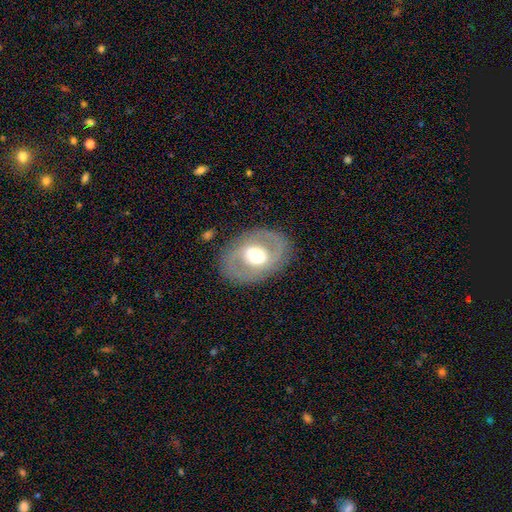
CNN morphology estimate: Smooth or featured? featured or disk (65%)
Edge-on disk? no (94%)
Bar? no (50%)
Spiral arms? yes (51%)
Bulge size? moderate (58%)
Merging? none (82%)